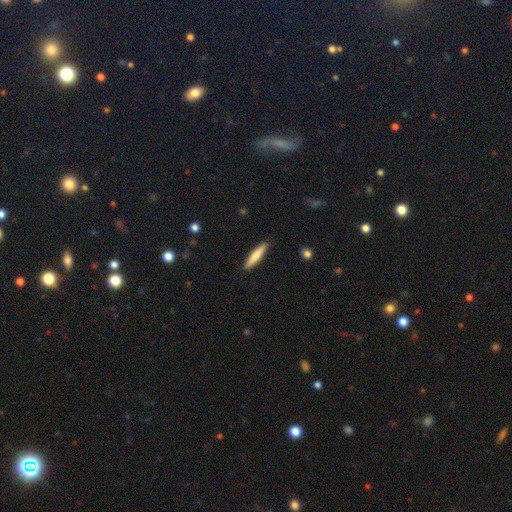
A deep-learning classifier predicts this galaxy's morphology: Q: Smooth or featured?
A: smooth (72%); runner-up: featured or disk (23%)
Q: How rounded?
A: cigar-shaped (89%); runner-up: in between (10%)
Q: Merging?
A: none (91%); runner-up: minor disturbance (7%)